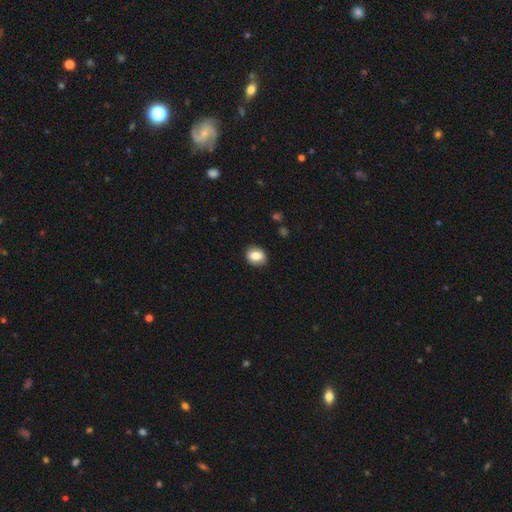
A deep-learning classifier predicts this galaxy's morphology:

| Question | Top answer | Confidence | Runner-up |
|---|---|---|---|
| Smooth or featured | smooth | 82% | featured or disk (10%) |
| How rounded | in between | 55% | round (44%) |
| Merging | none | 88% | minor disturbance (9%) |